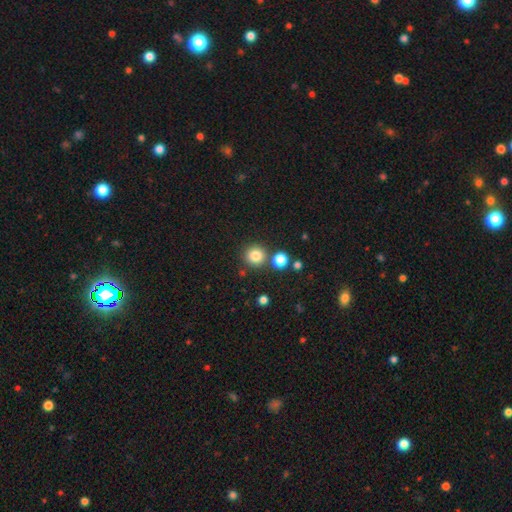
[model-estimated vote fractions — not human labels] Smooth or featured? Predicted: smooth (p=0.83). How rounded? Predicted: round (p=0.93). Merging? Predicted: none (p=0.79).